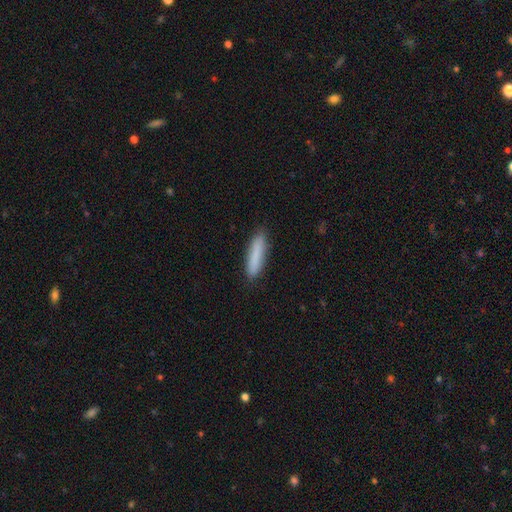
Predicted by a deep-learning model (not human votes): smooth 85%, featured or disk 9%, star or artifact 6%. Down the decision tree: how rounded — cigar-shaped (80%); merging — none (87%).